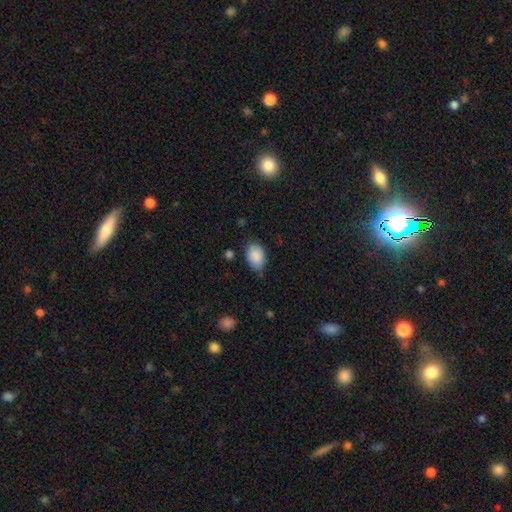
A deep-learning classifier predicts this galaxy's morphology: smooth 89%, star or artifact 7%, featured or disk 4%. Down the decision tree: how rounded — in between (84%); merging — none (68%).